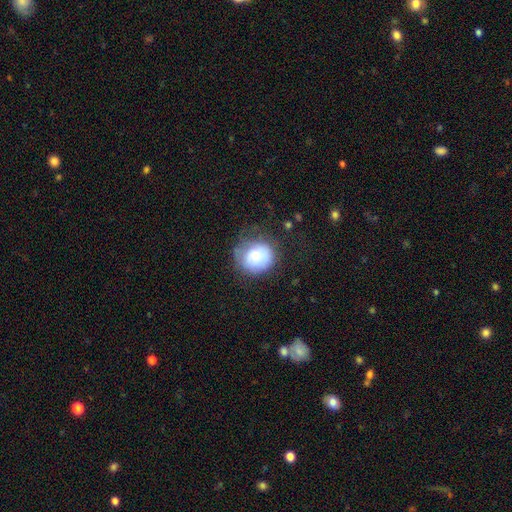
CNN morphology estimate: Q: Smooth or featured?
A: smooth (71%); runner-up: featured or disk (20%)
Q: How rounded?
A: round (83%); runner-up: in between (16%)
Q: Merging?
A: none (56%); runner-up: minor disturbance (27%)